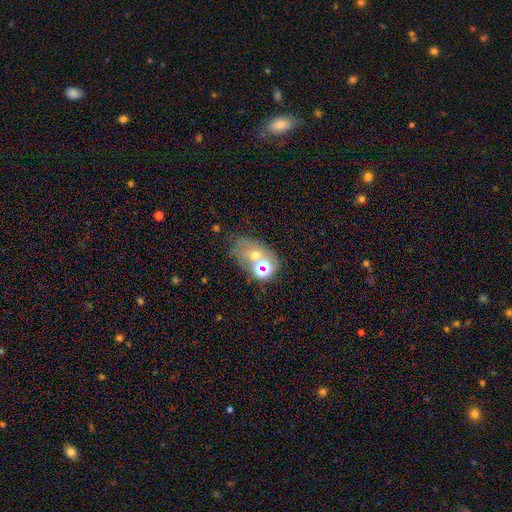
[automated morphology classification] A smooth galaxy with no disk features (45%). Merging: none (46%).